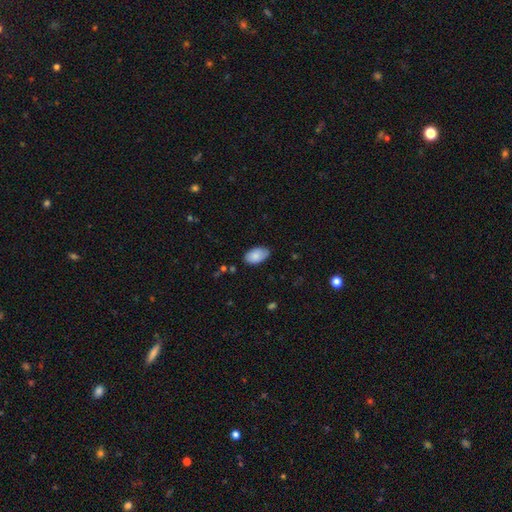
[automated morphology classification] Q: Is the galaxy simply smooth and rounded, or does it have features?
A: smooth — 86%.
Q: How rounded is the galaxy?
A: in between — 95%.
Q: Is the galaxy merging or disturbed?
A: none — 78%.